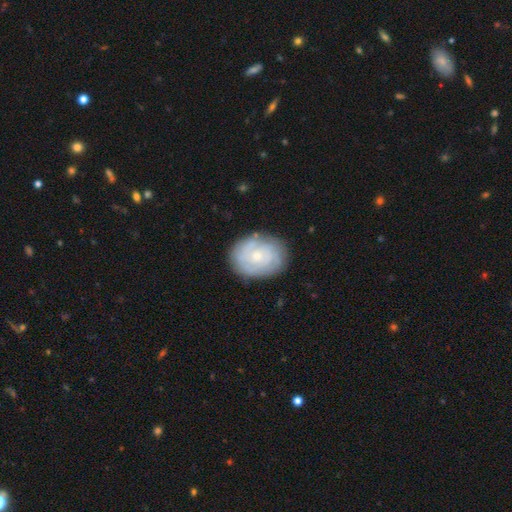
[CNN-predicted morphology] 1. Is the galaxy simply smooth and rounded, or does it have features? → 66% featured or disk, 28% smooth, 6% star or artifact.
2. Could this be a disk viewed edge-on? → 97% no, 3% yes.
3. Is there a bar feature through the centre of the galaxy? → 80% no, 17% weak, 3% strong.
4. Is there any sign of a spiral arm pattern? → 81% yes, 19% no.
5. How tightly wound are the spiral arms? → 70% tight, 23% medium, 7% loose.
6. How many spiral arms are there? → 49% can't tell, 21% 2, 13% 3, 7% 4, 5% 1, 4% more than 4.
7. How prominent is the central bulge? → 66% small, 30% moderate, 2% none, 1% large, 1% dominant.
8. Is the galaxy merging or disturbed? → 79% none, 15% minor disturbance, 4% major disturbance, 1% merger.